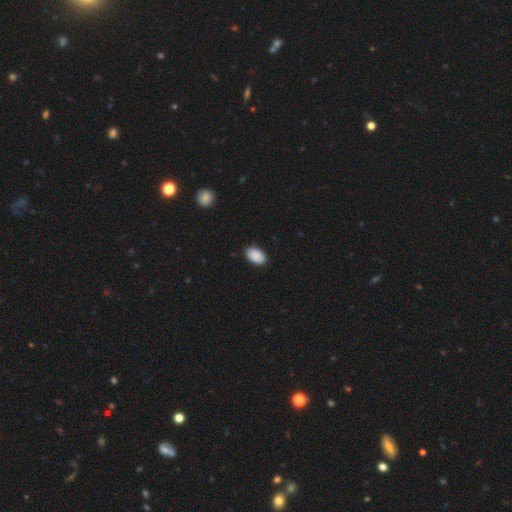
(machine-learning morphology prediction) This is clearly a smooth galaxy (90%). How rounded: clearly in between (93%). Merging: clearly none (87%).